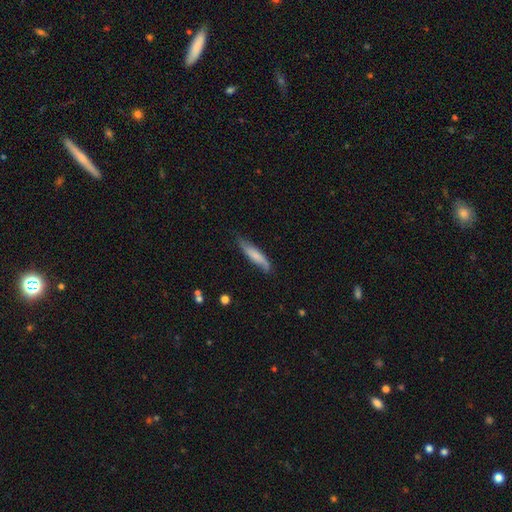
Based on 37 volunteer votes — Overall: smooth (76%). How rounded: cigar-shaped (79%). Merging: none (86%).